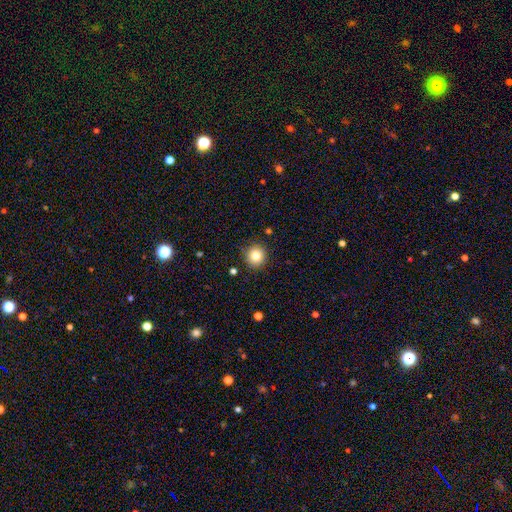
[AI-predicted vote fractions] Morphology: type=smooth (81%); roundness=round (92%); merging=none (89%).